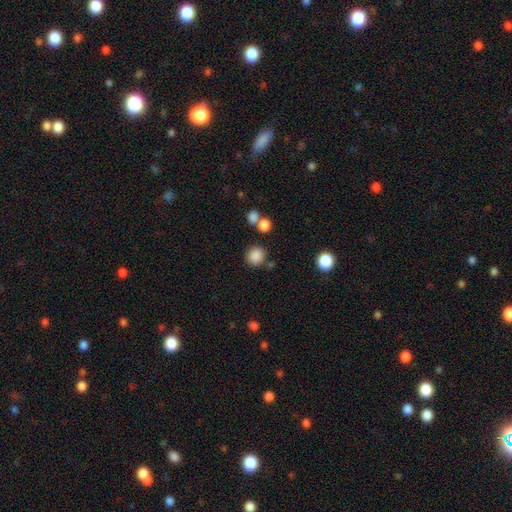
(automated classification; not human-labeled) The model was most divided on "merging": none: 79%, minor disturbance: 10%, merger: 8%, major disturbance: 4%. More confident: how rounded — round (88%); smooth or featured — smooth (86%).